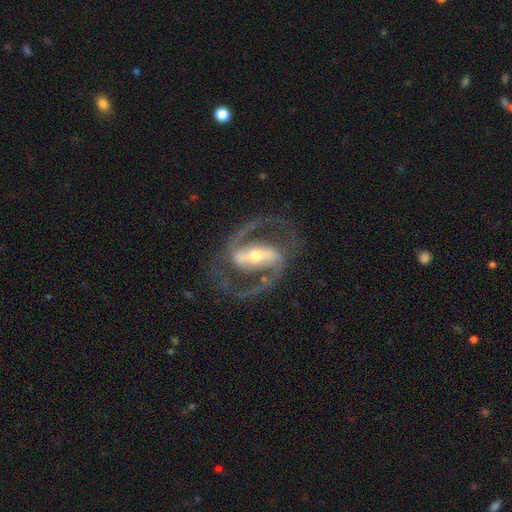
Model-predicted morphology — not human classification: Q: Smooth or featured?
A: featured or disk (92%); runner-up: star or artifact (4%)
Q: Edge-on disk?
A: no (97%); runner-up: yes (3%)
Q: Bar?
A: strong (73%); runner-up: weak (20%)
Q: Spiral arms?
A: yes (97%); runner-up: no (3%)
Q: Spiral winding?
A: medium (66%); runner-up: loose (18%)
Q: Spiral arm count?
A: 2 (94%); runner-up: can't tell (2%)
Q: Bulge size?
A: moderate (54%); runner-up: small (38%)
Q: Merging?
A: none (80%); runner-up: minor disturbance (10%)